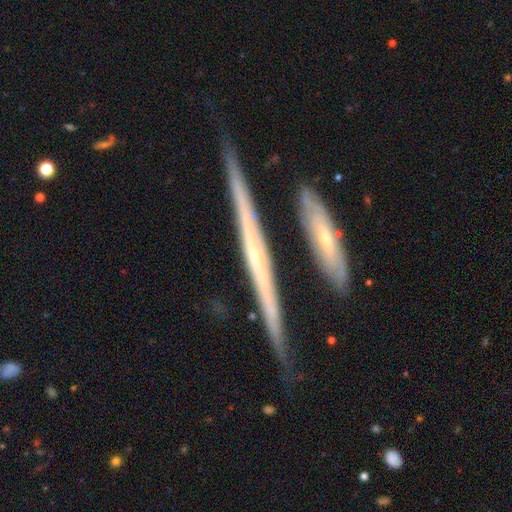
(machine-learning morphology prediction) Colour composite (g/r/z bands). It shows a featured or disk galaxy (76%) viewed edge-on (93%) with no central bulge (65%). Merging: none (77%).